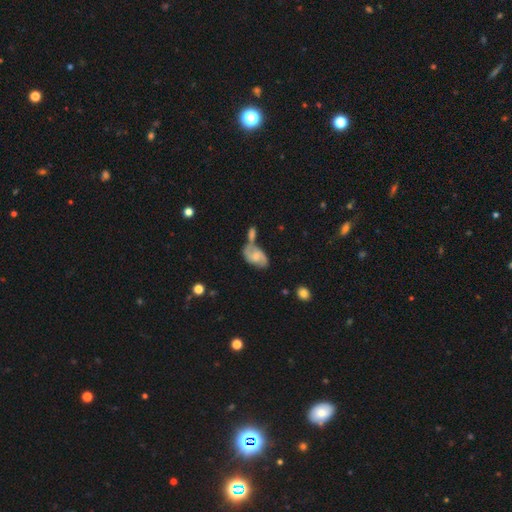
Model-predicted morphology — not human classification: This is likely a featured or disk galaxy (71%). It is clearly not viewed edge-on (97%). Bar: possibly no (51%). Spiral arm pattern: clearly yes (91%). Spiral arm count: clearly 2 (88%). Spiral winding: possibly medium (45%). Central bulge: marginally small (38%). Merging: marginally merger (39%).